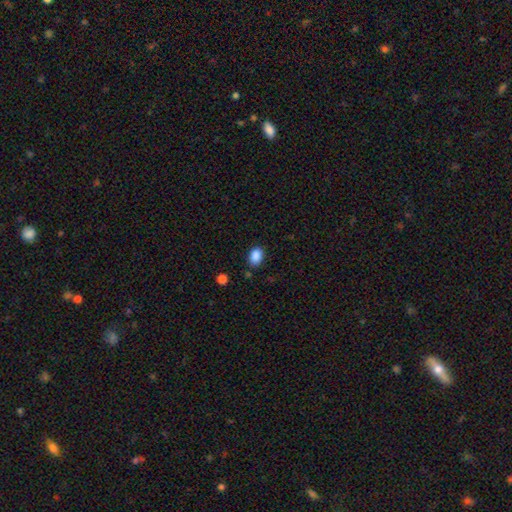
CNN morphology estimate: smooth_or_featured: smooth (p=0.88) [alt: star or artifact p=0.09]
how_rounded: in between (p=0.80) [alt: round p=0.19]
merging: none (p=0.81) [alt: minor disturbance p=0.13]